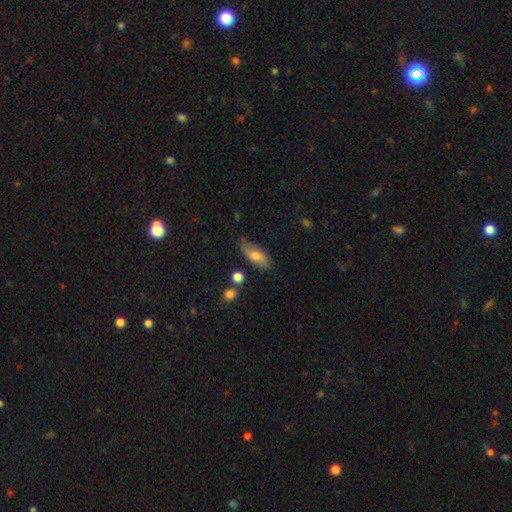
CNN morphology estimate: Smooth or featured? smooth (58%)
How rounded? in between (80%)
Merging? none (73%)